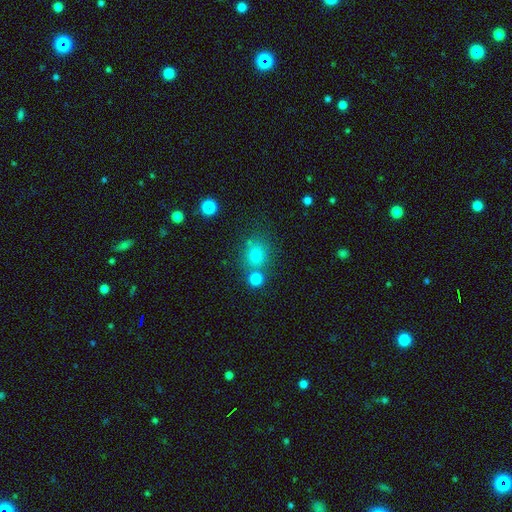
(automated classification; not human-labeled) This is likely a smooth galaxy (72%). How rounded: likely round (79%). Merging: likely none (67%).